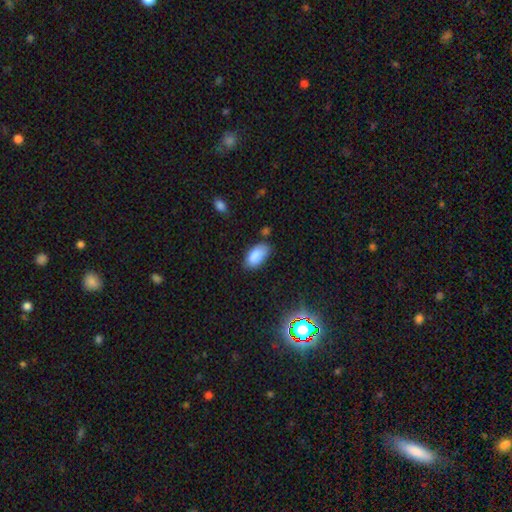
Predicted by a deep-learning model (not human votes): This is clearly a smooth galaxy (86%). How rounded: clearly in between (94%). Merging: likely none (74%).